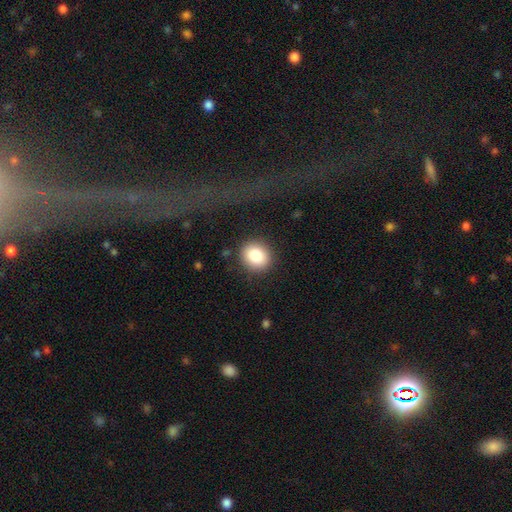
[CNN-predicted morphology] Smooth or featured?
  - smooth: 85% *
  - star or artifact: 9%
  - featured or disk: 6%
How rounded?
  - round: 79% *
  - in between: 20%
  - cigar-shaped: 1%
Merging?
  - none: 87% *
  - minor disturbance: 8%
  - major disturbance: 3%
  - merger: 2%